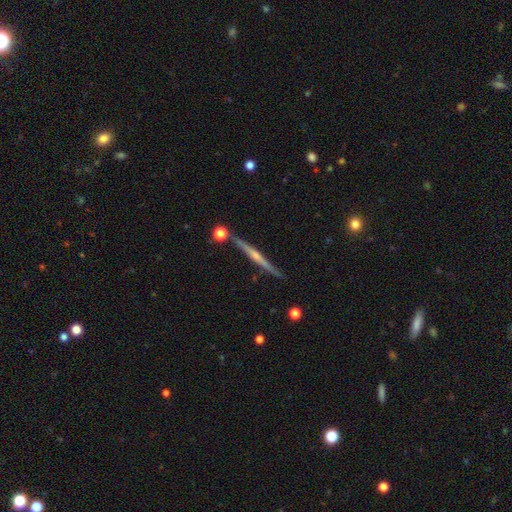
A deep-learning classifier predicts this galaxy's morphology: Q: Smooth or featured?
A: featured or disk (77%); runner-up: smooth (17%)
Q: Edge-on disk?
A: yes (98%); runner-up: no (2%)
Q: Edge-on bulge?
A: rounded (68%); runner-up: none (24%)
Q: Merging?
A: none (86%); runner-up: minor disturbance (8%)